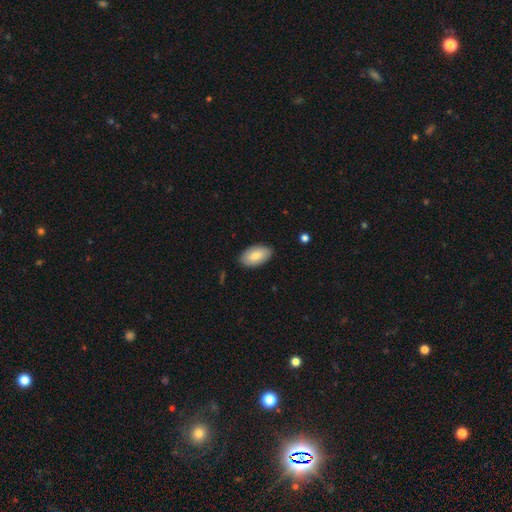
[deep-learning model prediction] This appears to be a smooth galaxy with no disk features (80%) that is in between round and cigar-shaped (95%). Merging: none (87%).